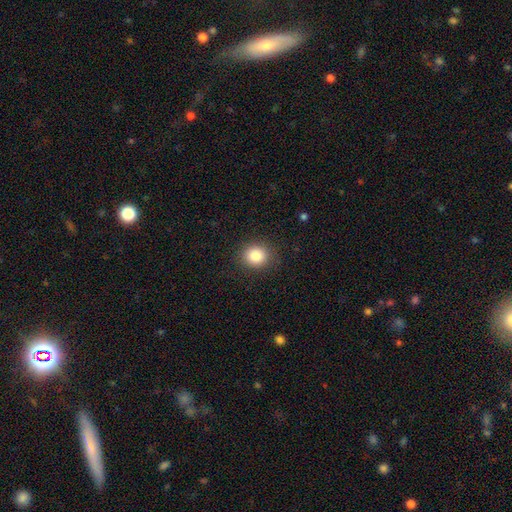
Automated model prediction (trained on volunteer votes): Smooth or featured? Predicted: smooth (p=0.84). How rounded? Predicted: round (p=0.78). Merging? Predicted: none (p=0.89).